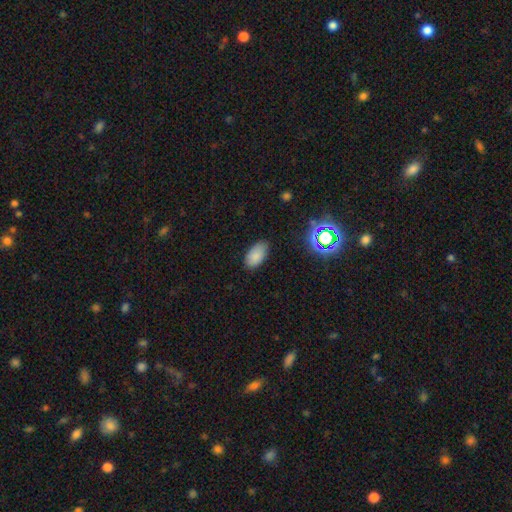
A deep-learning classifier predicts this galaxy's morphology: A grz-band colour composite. It shows a smooth galaxy with no disk features (82%) that is in between round and cigar-shaped (94%). Merging: none (81%).